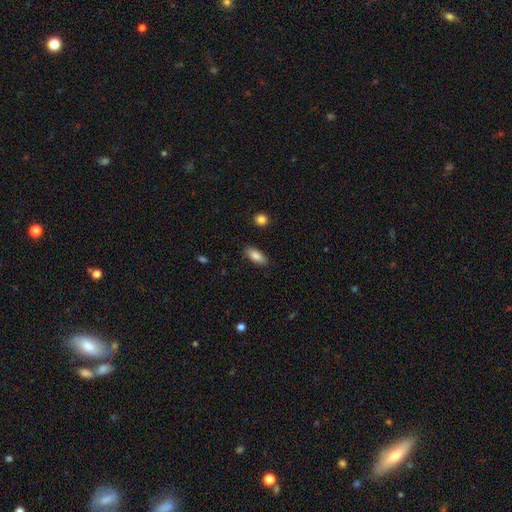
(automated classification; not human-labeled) This is clearly a smooth galaxy (84%). How rounded: clearly in between (80%). Merging: clearly none (86%).